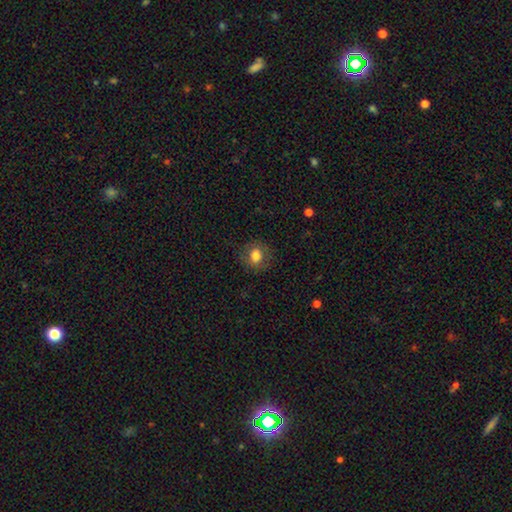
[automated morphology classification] smooth 77%, featured or disk 13%, star or artifact 10%. Down the decision tree: how rounded — round (72%); merging — none (81%).